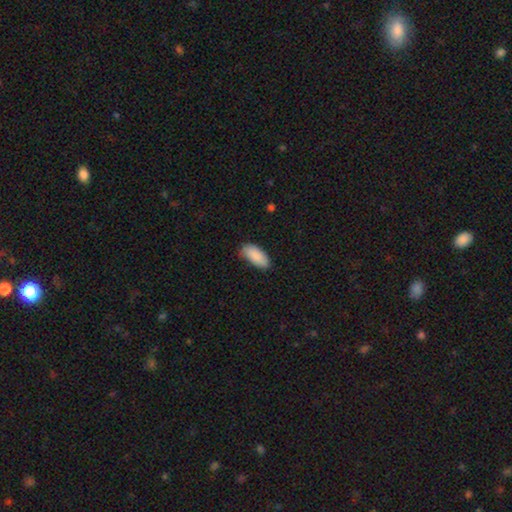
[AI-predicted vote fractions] This appears to be a smooth galaxy with no disk features (90%) that is in between round and cigar-shaped (90%). Merging: none (73%).